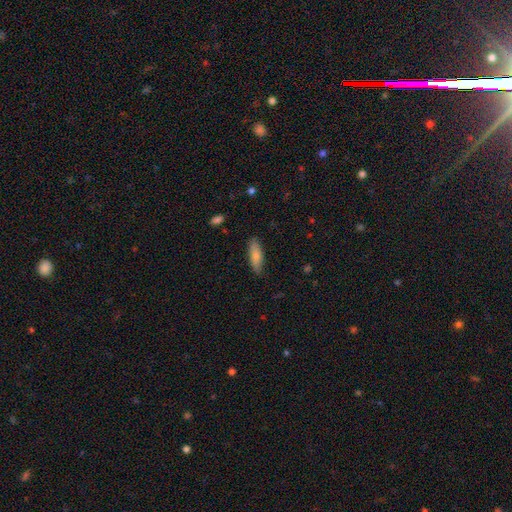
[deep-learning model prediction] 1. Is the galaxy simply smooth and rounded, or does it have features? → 78% smooth, 16% featured or disk, 6% star or artifact.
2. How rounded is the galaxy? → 50% in between, 48% cigar-shaped, 2% round.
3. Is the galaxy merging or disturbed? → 84% none, 13% minor disturbance, 2% major disturbance, 1% merger.